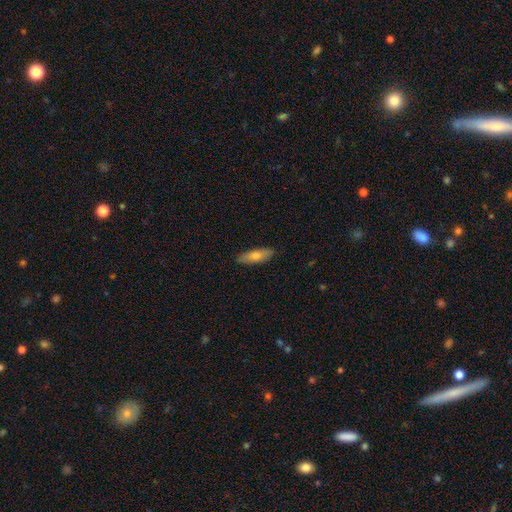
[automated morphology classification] smooth-or-featured: smooth: 69% | featured or disk: 25% | star or artifact: 6%
  how-rounded: in between: 58% | cigar-shaped: 40% | round: 2%
  merging: none: 87% | minor disturbance: 10% | major disturbance: 2% | merger: 1%